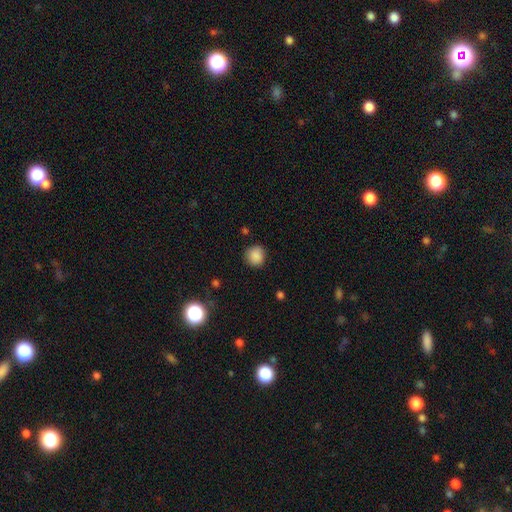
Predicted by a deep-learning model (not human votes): Morphology: type=smooth (87%); roundness=round (88%); merging=none (85%).